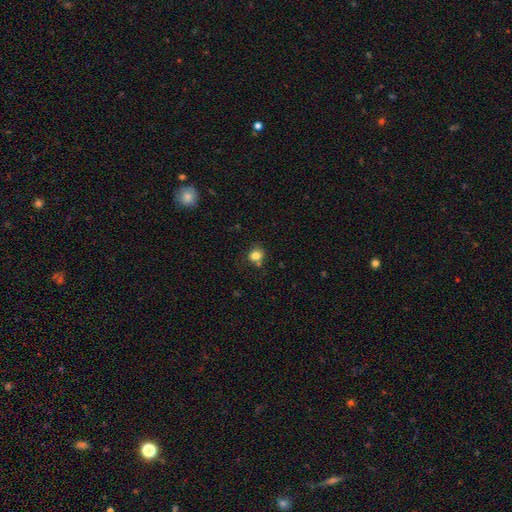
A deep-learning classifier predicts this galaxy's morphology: Q: Smooth or featured?
A: smooth (82%); runner-up: star or artifact (12%)
Q: How rounded?
A: round (75%); runner-up: in between (24%)
Q: Merging?
A: none (68%); runner-up: minor disturbance (16%)